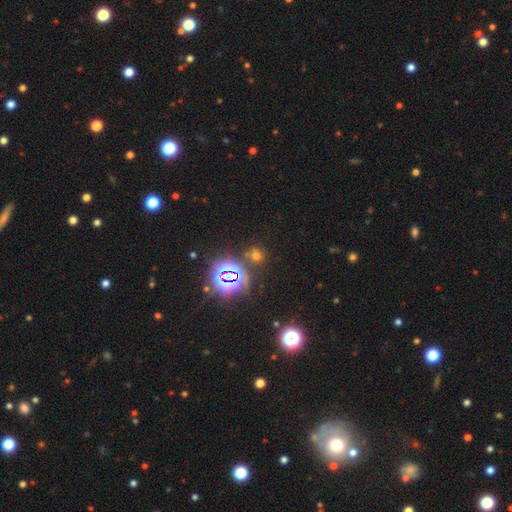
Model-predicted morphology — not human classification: Smooth or featured: star or artifact — 47% (smooth — 44%)